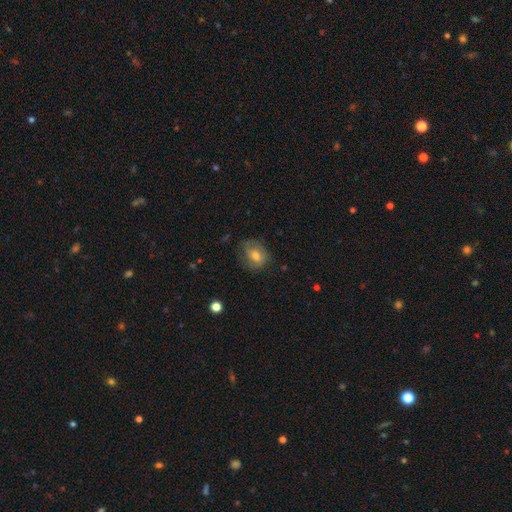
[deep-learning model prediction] smooth 60%, featured or disk 30%, star or artifact 10%. Down the decision tree: how rounded — in between (51%); merging — none (64%).